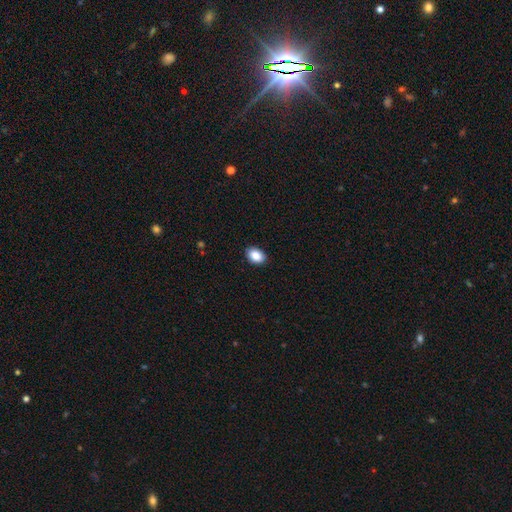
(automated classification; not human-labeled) This appears to be a smooth galaxy with no disk features (89%) that is in between round and cigar-shaped (83%). Merging: none (89%).